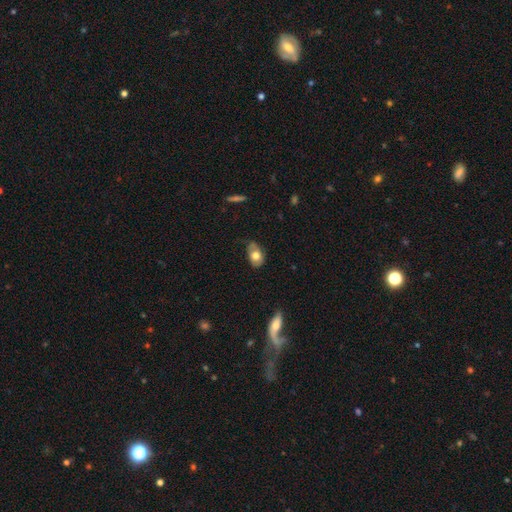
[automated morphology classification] smooth_or_featured: smooth (p=0.71) [alt: featured or disk p=0.22]
how_rounded: in between (p=0.85) [alt: round p=0.13]
merging: none (p=0.53) [alt: minor disturbance p=0.36]